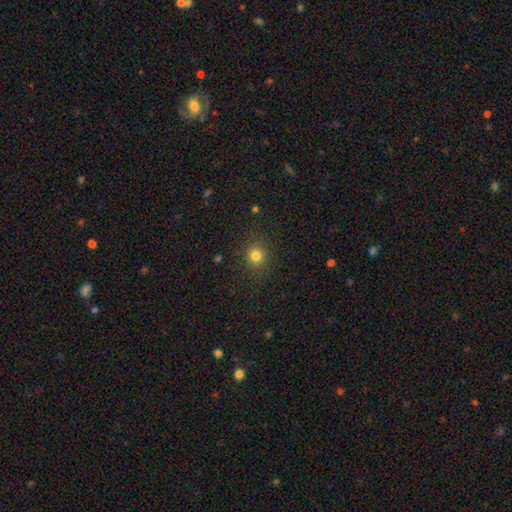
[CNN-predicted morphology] type=smooth (81%); roundness=round (88%); merging=none (88%).